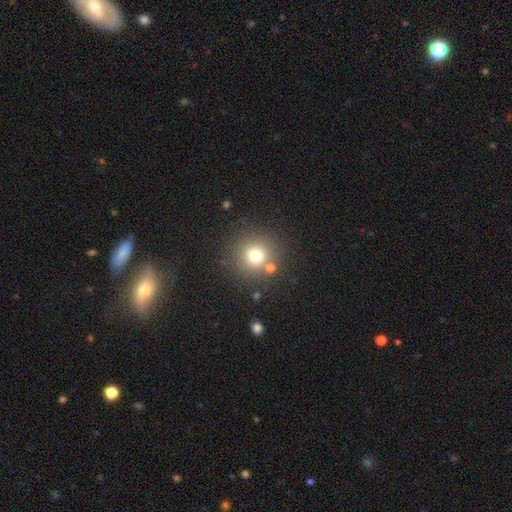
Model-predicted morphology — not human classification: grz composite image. It shows a smooth galaxy with no disk features (73%) that is round (94%). Merging: none (81%).